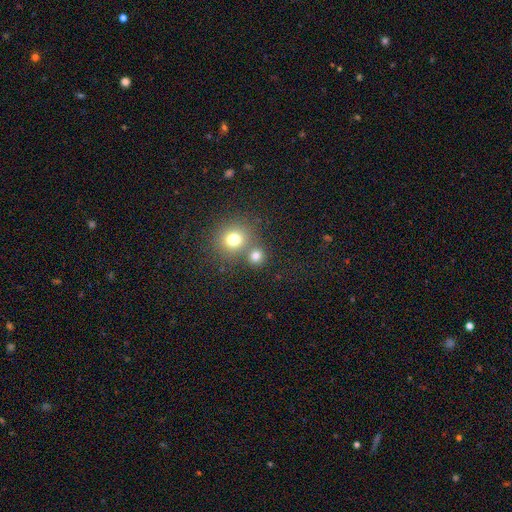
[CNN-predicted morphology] Q: Smooth or featured?
A: smooth (76%); runner-up: star or artifact (15%)
Q: How rounded?
A: round (86%); runner-up: in between (13%)
Q: Merging?
A: none (61%); runner-up: merger (29%)